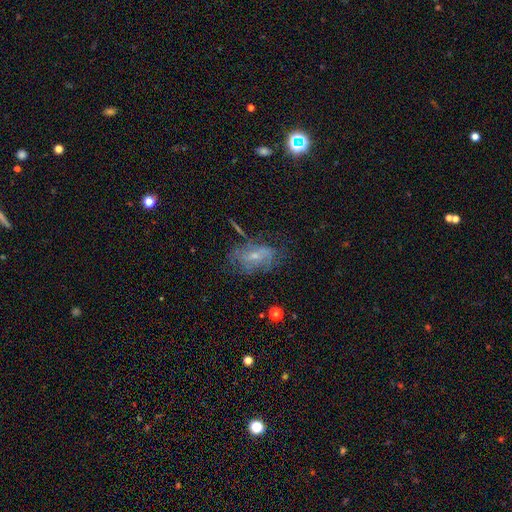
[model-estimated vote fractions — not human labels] Overall: featured or disk (60%; smooth 28%). Edge-on disk: no (94%). Bar: no (57%; weak 35%). Spiral arms: yes (66%; no 34%). Bulge size: small (64%; moderate 29%). Merging: none (53%; minor disturbance 24%).